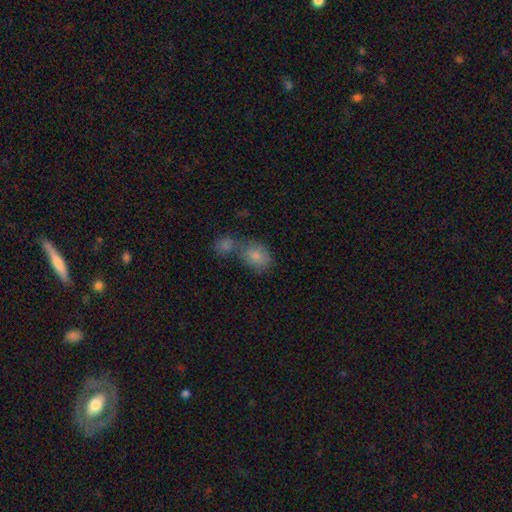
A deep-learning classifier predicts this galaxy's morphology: Q: Smooth or featured?
A: smooth (81%); runner-up: featured or disk (9%)
Q: How rounded?
A: in between (66%); runner-up: round (32%)
Q: Merging?
A: merger (47%); runner-up: none (38%)